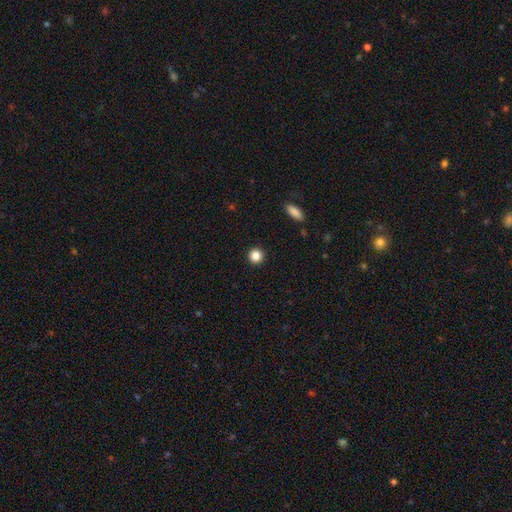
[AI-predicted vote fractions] A smooth galaxy with no disk features (85%) that is round (94%).

Vote fractions:
- Smooth or featured? smooth: 85% / star or artifact: 11% / featured or disk: 4%
- How rounded? round: 94% / in between: 5% / cigar-shaped: 1%
- Merging? none: 92% / minor disturbance: 5% / major disturbance: 2% / merger: 1%